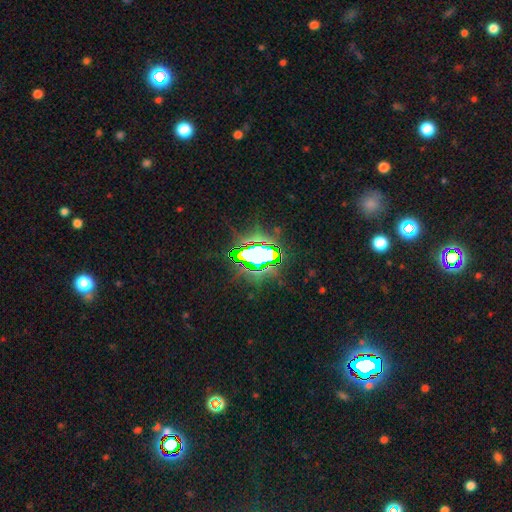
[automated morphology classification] Smooth or featured: star or artifact — 81% (smooth — 10%)